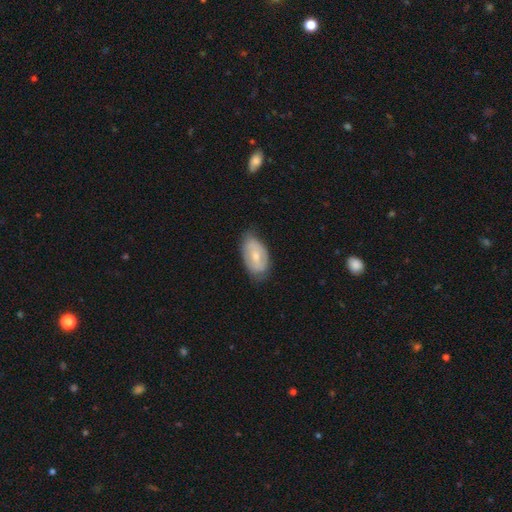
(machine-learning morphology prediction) A smooth galaxy with no disk features (53%) that is in between round and cigar-shaped (93%). Merging: none (65%).